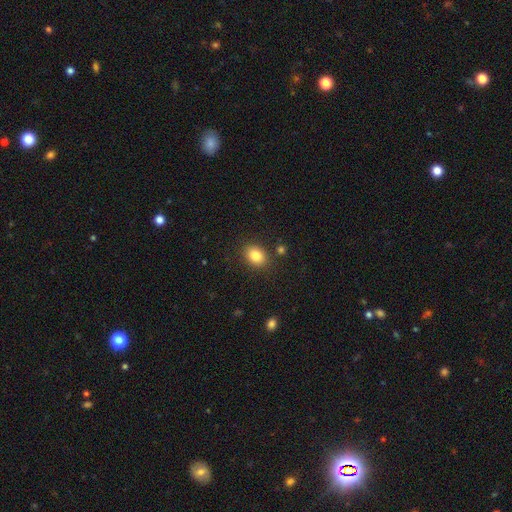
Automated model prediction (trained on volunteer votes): Q: Smooth or featured?
A: smooth (84%); runner-up: star or artifact (10%)
Q: How rounded?
A: in between (60%); runner-up: round (39%)
Q: Merging?
A: none (84%); runner-up: minor disturbance (10%)